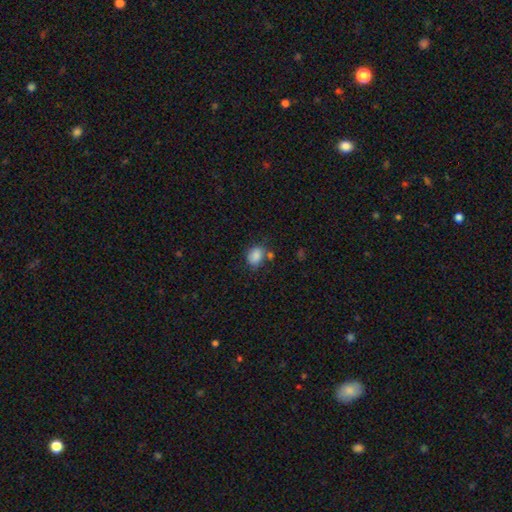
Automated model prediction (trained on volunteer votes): Smooth or featured?
  - smooth: 85% *
  - star or artifact: 9%
  - featured or disk: 6%
How rounded?
  - in between: 60% *
  - round: 39%
  - cigar-shaped: 1%
Merging?
  - none: 58% *
  - minor disturbance: 22%
  - merger: 14%
  - major disturbance: 7%